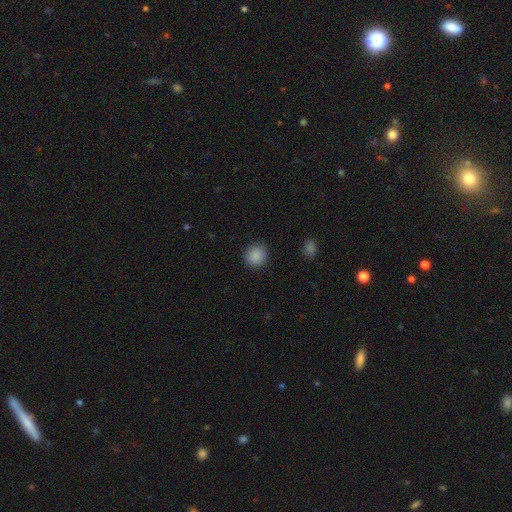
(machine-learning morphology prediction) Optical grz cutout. It shows a smooth galaxy with no disk features (88%) that is round (93%). Merging: none (91%).